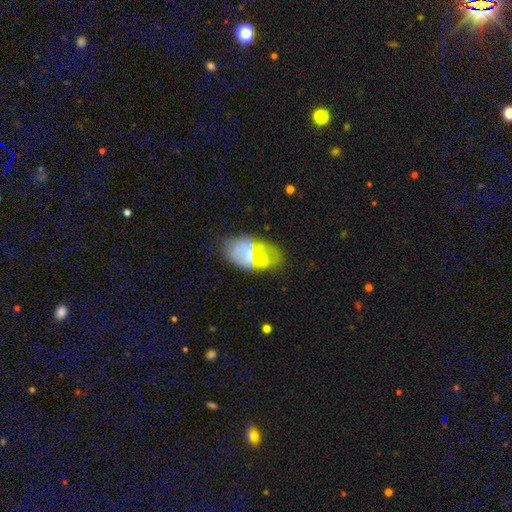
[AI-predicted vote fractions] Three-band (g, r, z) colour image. It shows a smooth galaxy with no disk features (48%). Merging: none (62%).